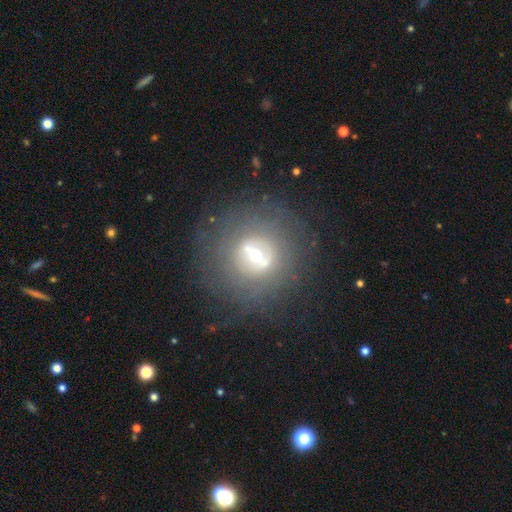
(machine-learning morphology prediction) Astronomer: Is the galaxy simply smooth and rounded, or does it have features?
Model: featured or disk — 67%.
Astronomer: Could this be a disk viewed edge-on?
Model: no — 88%.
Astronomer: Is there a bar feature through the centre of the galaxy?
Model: strong — 39% (runner-up: weak, 38%).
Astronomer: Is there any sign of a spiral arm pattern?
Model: no — 66%.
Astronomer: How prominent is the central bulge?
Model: small — 55% (runner-up: moderate, 36%).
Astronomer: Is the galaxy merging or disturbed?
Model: none — 73%.